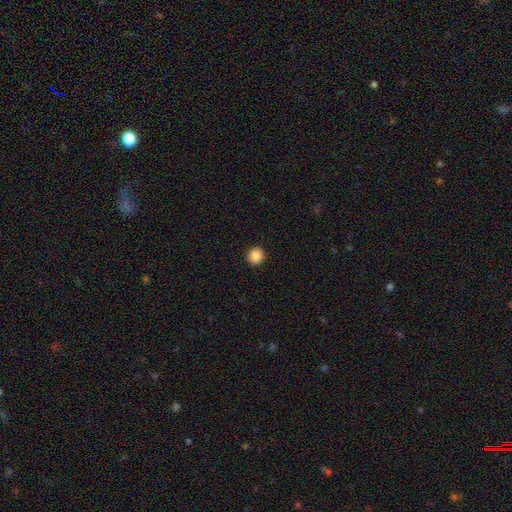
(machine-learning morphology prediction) Smooth or featured? Predicted: smooth (p=0.88). How rounded? Predicted: round (p=0.95). Merging? Predicted: none (p=0.93).